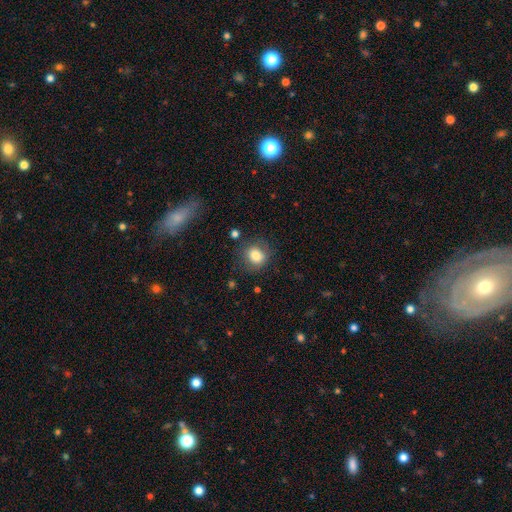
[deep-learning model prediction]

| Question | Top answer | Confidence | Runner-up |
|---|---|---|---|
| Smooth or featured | smooth | 80% | star or artifact (10%) |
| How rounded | round | 72% | in between (27%) |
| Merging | none | 77% | minor disturbance (15%) |